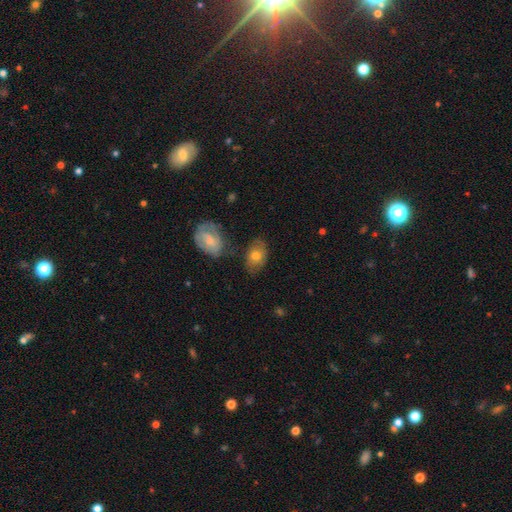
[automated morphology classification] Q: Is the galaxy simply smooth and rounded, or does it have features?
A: smooth — 67%.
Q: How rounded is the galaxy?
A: in between — 85%.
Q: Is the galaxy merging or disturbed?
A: none — 70%.